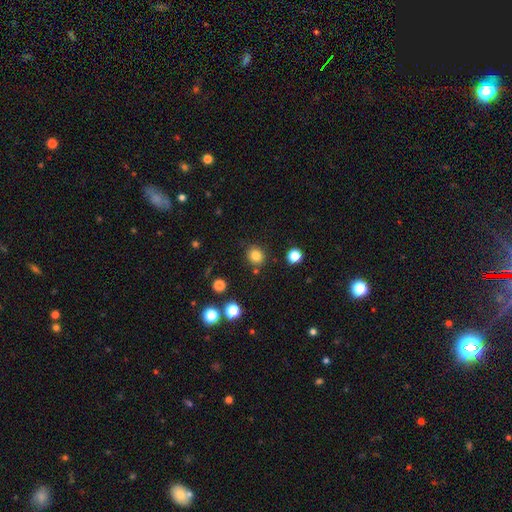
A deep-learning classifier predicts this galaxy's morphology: This is clearly a smooth galaxy (83%). How rounded: likely round (79%). Merging: clearly none (85%).